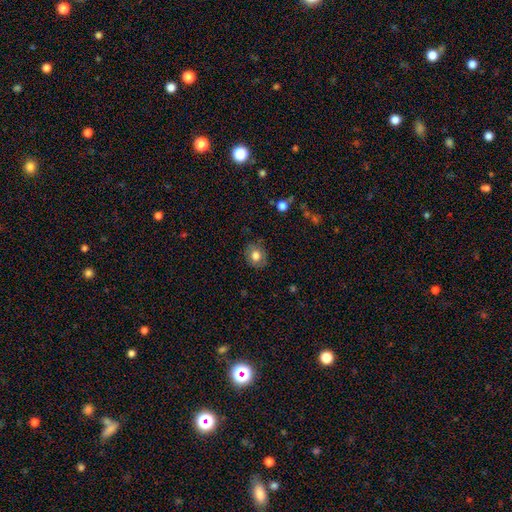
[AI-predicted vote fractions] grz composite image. It shows a smooth galaxy with no disk features (74%) that is round (69%). Merging: none (81%).